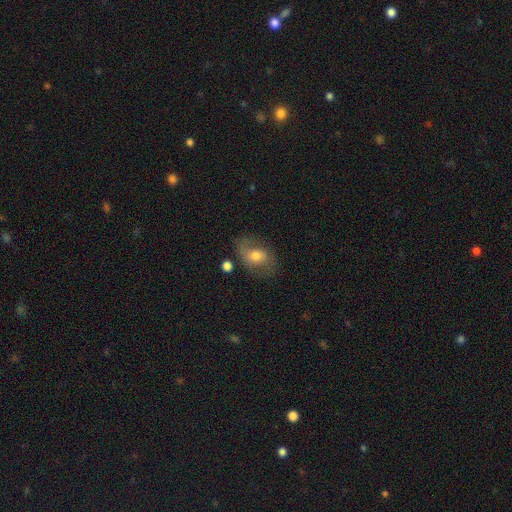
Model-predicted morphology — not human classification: type=featured or disk (53%); edge-on=no (95%); bar=no (54%); spiral arms=yes (78%); bulge=moderate (63%); merging=none (68%).